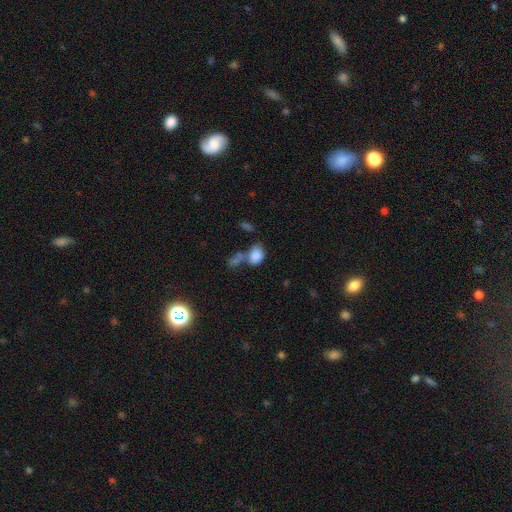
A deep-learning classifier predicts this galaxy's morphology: The model was most divided on "merging": merger: 40%, none: 35%, minor disturbance: 15%, major disturbance: 10%. More confident: smooth or featured — smooth (83%); how rounded — in between (71%).